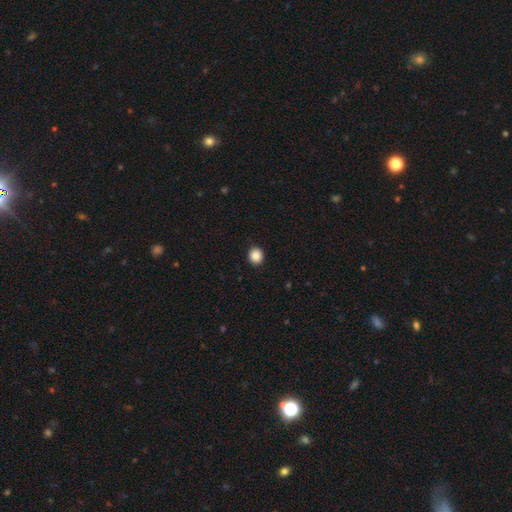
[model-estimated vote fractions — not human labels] Smooth or featured? Predicted: smooth (p=0.88). How rounded? Predicted: round (p=0.84). Merging? Predicted: none (p=0.92).